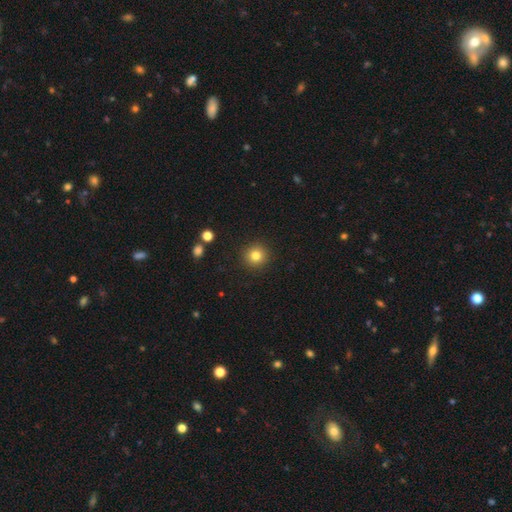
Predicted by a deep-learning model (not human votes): Smooth or featured: smooth — 81% (star or artifact — 12%)
How rounded: round — 94% (in between — 5%)
Merging: none — 92% (minor disturbance — 5%)